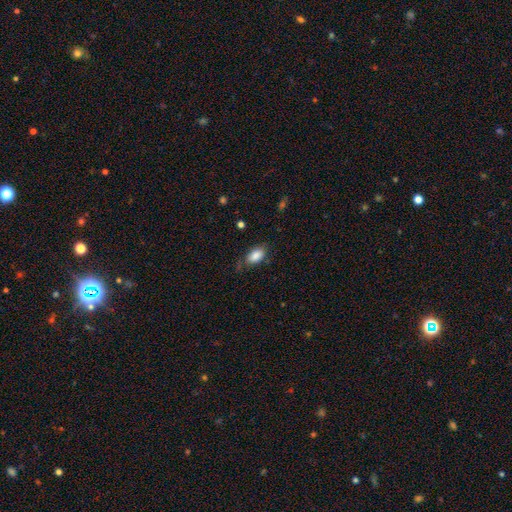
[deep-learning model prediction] Smooth or featured: smooth — 85% (featured or disk — 8%)
How rounded: in between — 93% (round — 5%)
Merging: none — 69% (minor disturbance — 22%)